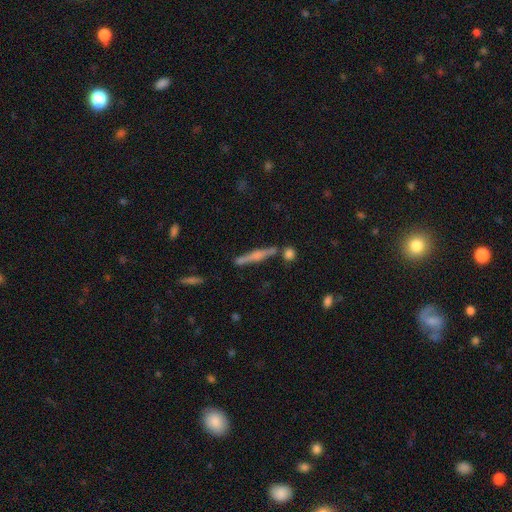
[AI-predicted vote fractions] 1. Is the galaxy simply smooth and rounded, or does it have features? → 59% featured or disk, 34% smooth, 7% star or artifact.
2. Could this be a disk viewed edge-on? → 97% yes, 3% no.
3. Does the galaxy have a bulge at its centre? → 66% rounded, 19% none, 15% boxy.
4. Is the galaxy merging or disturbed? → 81% none, 10% minor disturbance, 7% merger, 2% major disturbance.